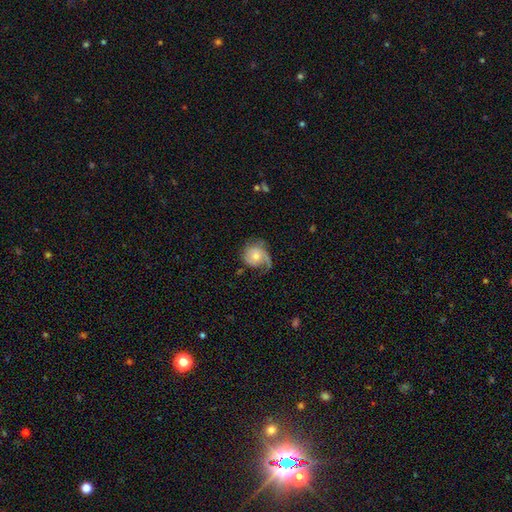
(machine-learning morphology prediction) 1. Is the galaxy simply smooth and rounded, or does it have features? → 67% featured or disk, 26% smooth, 7% star or artifact.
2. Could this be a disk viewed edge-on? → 97% no, 3% yes.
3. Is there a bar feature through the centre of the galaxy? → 73% no, 24% weak, 3% strong.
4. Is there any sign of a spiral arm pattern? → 91% yes, 9% no.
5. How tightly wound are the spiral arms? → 38% medium, 36% loose, 26% tight.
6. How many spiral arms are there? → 56% 1, 29% 2, 9% can't tell, 4% 3, 1% 4, 1% more than 4.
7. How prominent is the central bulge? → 49% moderate, 42% small, 5% large, 3% none, 1% dominant.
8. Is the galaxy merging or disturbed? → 46% none, 26% major disturbance, 25% minor disturbance, 2% merger.